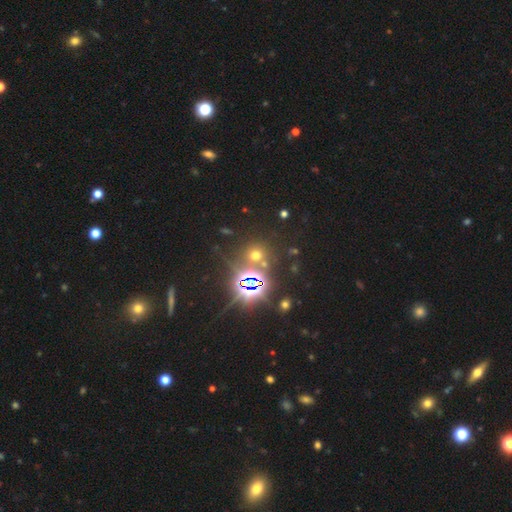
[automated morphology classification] This appears to be a star or artifact, not a galaxy (50%).